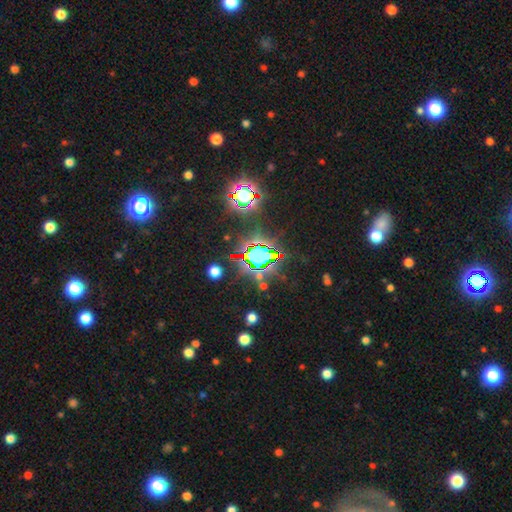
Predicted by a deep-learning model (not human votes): Smooth or featured: star or artifact — 78% (smooth — 13%)